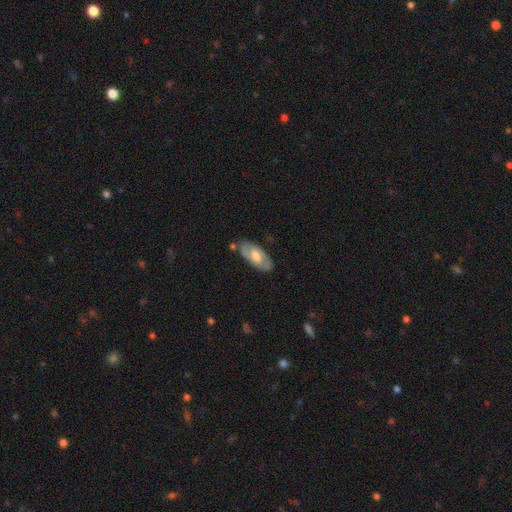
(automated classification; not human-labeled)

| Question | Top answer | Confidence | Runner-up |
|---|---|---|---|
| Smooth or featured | featured or disk | 52% | smooth (42%) |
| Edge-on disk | no | 87% | yes (13%) |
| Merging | none | 77% | minor disturbance (16%) |